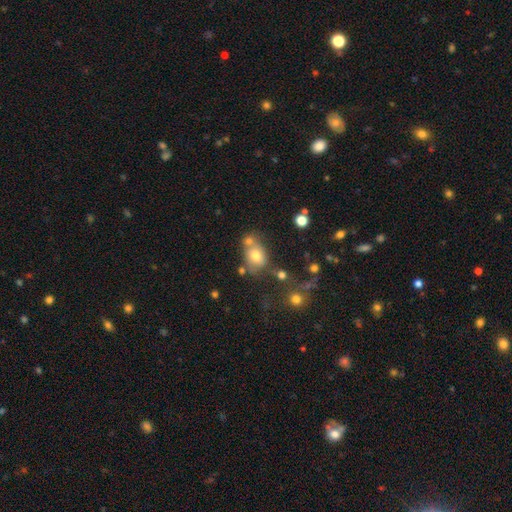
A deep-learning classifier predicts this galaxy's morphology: A smooth galaxy with no disk features (72%) that is in between round and cigar-shaped (54%).

Vote fractions:
- Smooth or featured? smooth: 72% / featured or disk: 15% / star or artifact: 13%
- How rounded? in between: 54% / round: 44% / cigar-shaped: 1%
- Merging? none: 49% / merger: 28% / minor disturbance: 16% / major disturbance: 7%